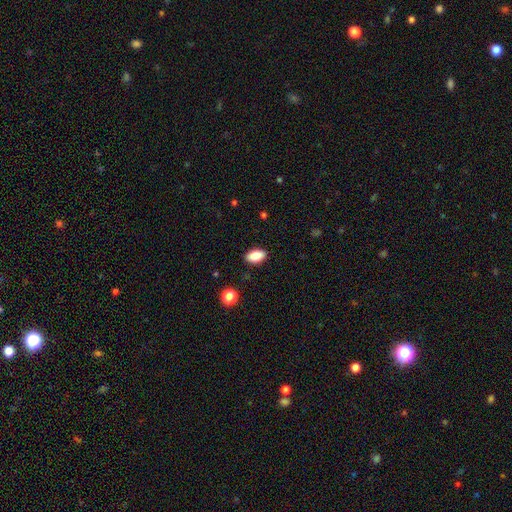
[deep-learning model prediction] smooth 87%, star or artifact 8%, featured or disk 5%. Down the decision tree: how rounded — in between (92%); merging — none (88%).